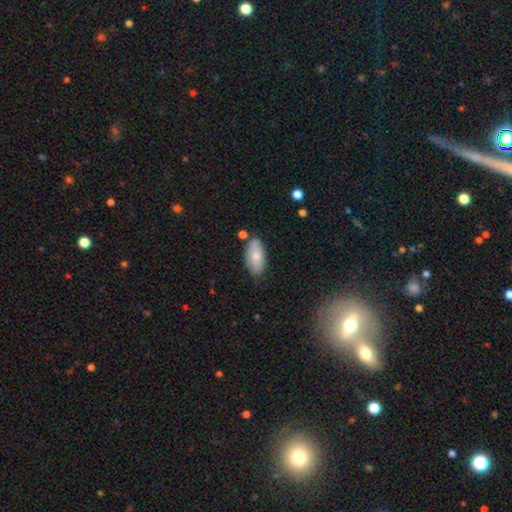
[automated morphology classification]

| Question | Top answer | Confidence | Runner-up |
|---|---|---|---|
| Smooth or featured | smooth | 75% | featured or disk (18%) |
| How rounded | in between | 94% | cigar-shaped (4%) |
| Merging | none | 75% | minor disturbance (17%) |